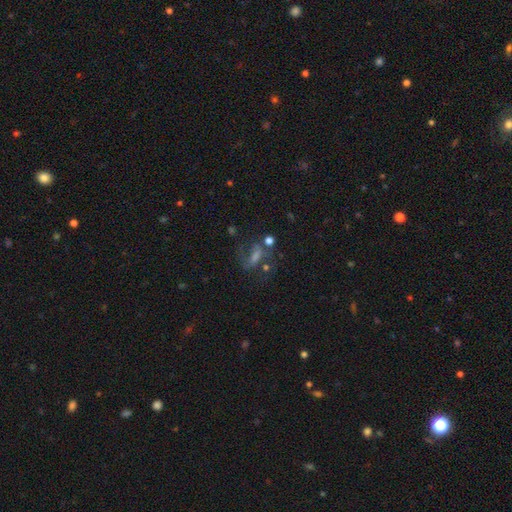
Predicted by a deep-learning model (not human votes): smooth_or_featured: featured or disk (p=0.48) [alt: star or artifact p=0.28]
merging: none (p=0.53) [alt: major disturbance p=0.21]